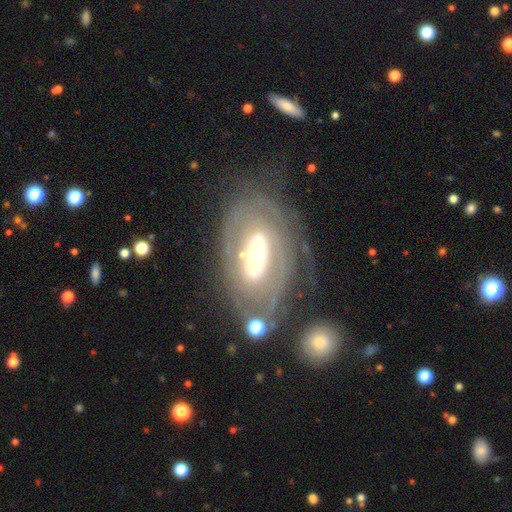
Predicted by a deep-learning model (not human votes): featured or disk 78%, smooth 15%, star or artifact 6%. Down the decision tree: edge-on disk — no (93%); bar — no (51%); spiral arms — yes (69%); spiral arm count — can't tell (50%); spiral winding — tight (69%); bulge size — moderate (57%); merging — none (66%).